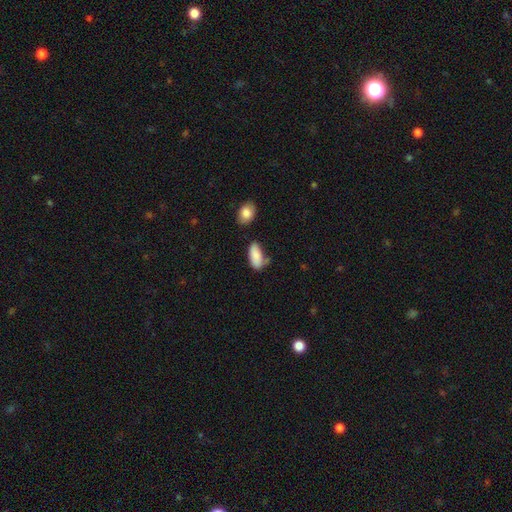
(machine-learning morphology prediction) Smooth or featured: smooth — 86% (featured or disk — 7%)
How rounded: in between — 90% (cigar-shaped — 8%)
Merging: none — 54% (minor disturbance — 28%)